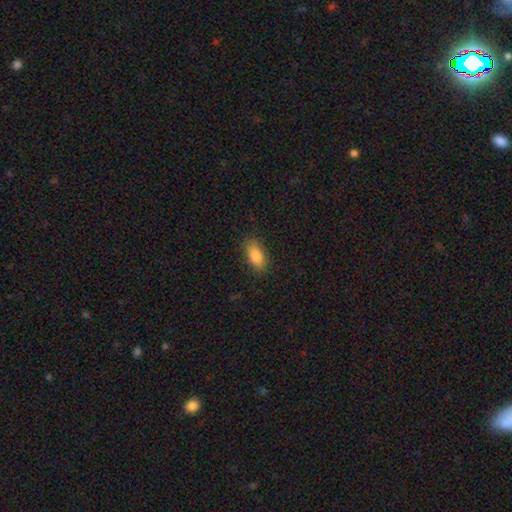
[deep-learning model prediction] Morphology: type=smooth (87%); roundness=in between (90%); merging=none (85%).